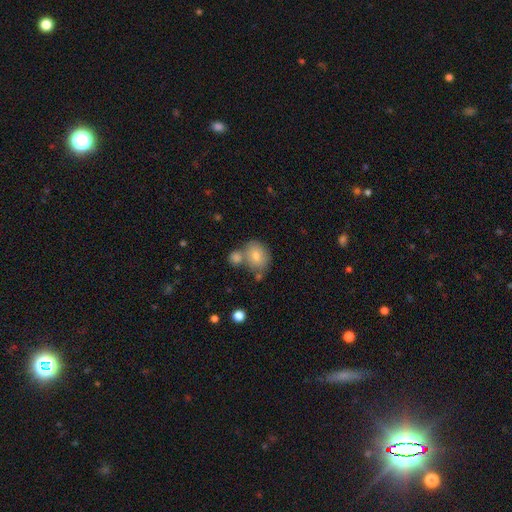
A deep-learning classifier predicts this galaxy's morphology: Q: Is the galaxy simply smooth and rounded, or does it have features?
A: smooth — 73%.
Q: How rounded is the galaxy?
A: in between — 51%.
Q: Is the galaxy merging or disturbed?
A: none — 52%.